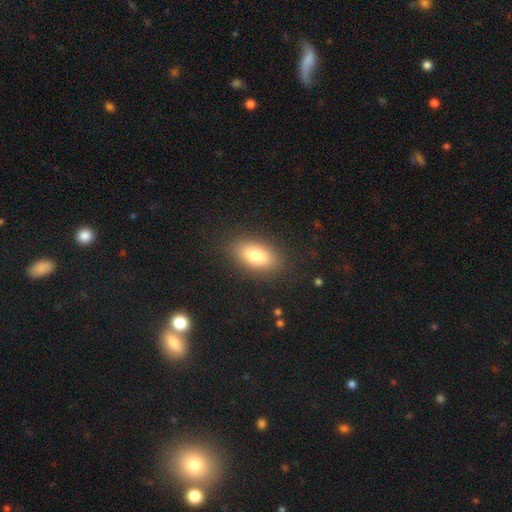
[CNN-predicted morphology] Overall: smooth (79%). How rounded: in between (88%). Merging: none (86%).